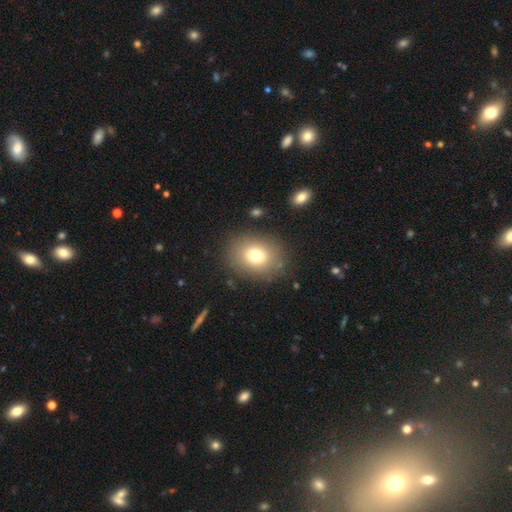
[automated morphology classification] A smooth galaxy with no disk features (76%) that is round (53%). Merging: none (84%).